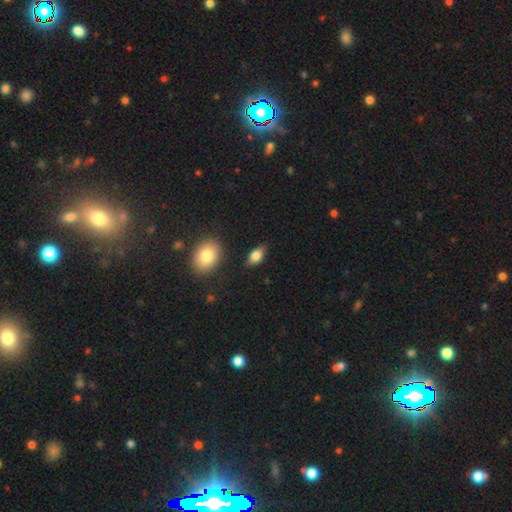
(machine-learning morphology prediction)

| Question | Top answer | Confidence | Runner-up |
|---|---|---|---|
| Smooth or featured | smooth | 80% | featured or disk (13%) |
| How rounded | in between | 89% | round (6%) |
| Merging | none | 82% | minor disturbance (13%) |